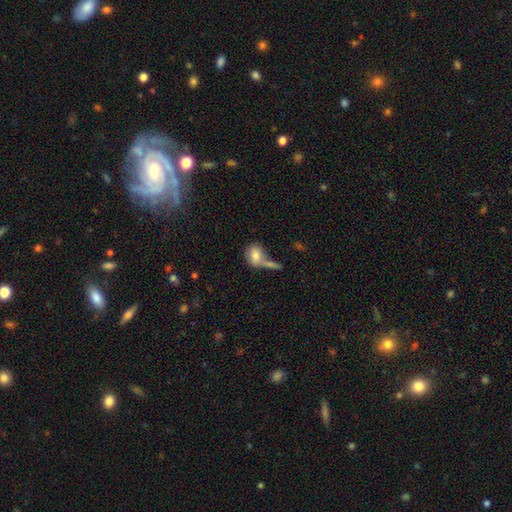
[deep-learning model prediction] This appears to be a smooth galaxy with no disk features (76%) that is in between round and cigar-shaped (59%). Merging: merger (38%, tied with none).